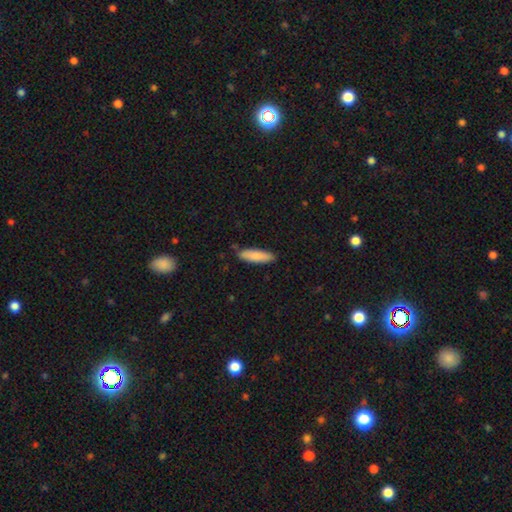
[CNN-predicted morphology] Smooth or featured: smooth — 85% (featured or disk — 10%)
How rounded: cigar-shaped — 58% (in between — 41%)
Merging: none — 83% (minor disturbance — 13%)